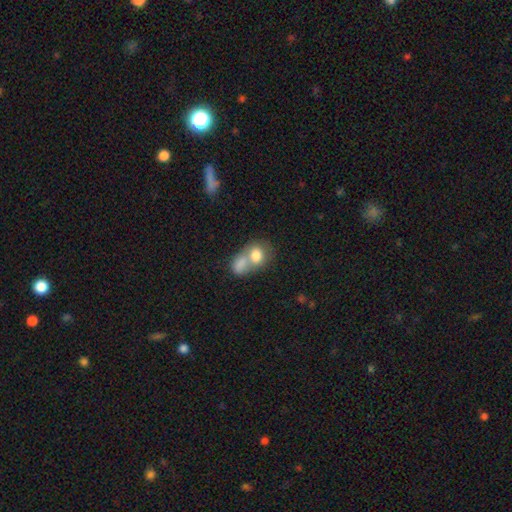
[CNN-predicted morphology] Smooth or featured? Predicted: smooth (p=0.78). How rounded? Predicted: in between (p=0.54). Merging? Predicted: merger (p=0.67).